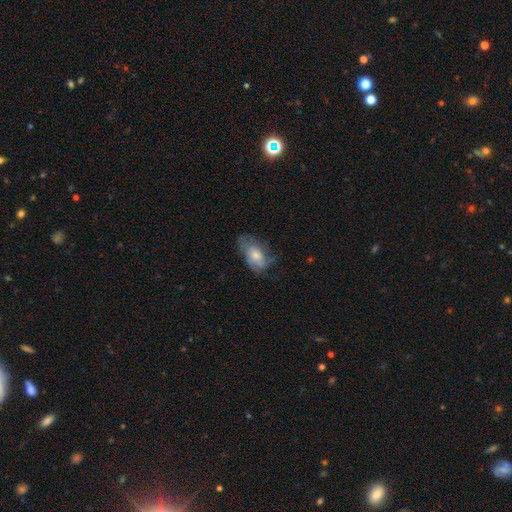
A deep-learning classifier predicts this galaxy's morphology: This is possibly a smooth galaxy (51%). How rounded: clearly in between (89%). Merging: marginally none (43%).